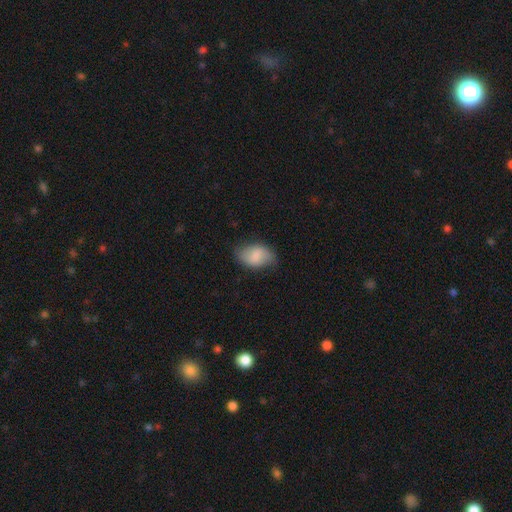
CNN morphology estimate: Overall: smooth (72%). How rounded: in between (88%). Merging: none (69%).